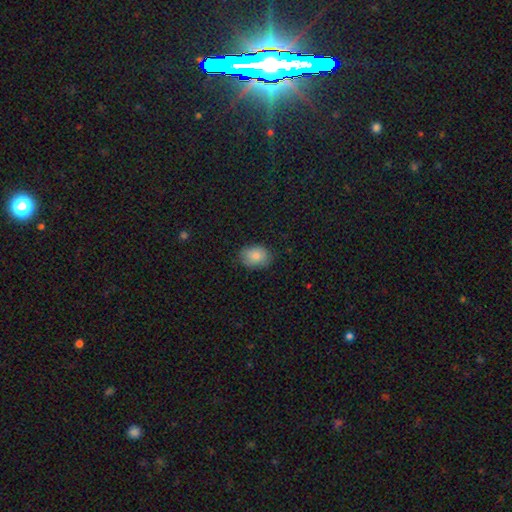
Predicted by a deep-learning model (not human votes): Q: Smooth or featured?
A: smooth (83%); runner-up: featured or disk (9%)
Q: How rounded?
A: in between (68%); runner-up: round (31%)
Q: Merging?
A: none (80%); runner-up: minor disturbance (16%)